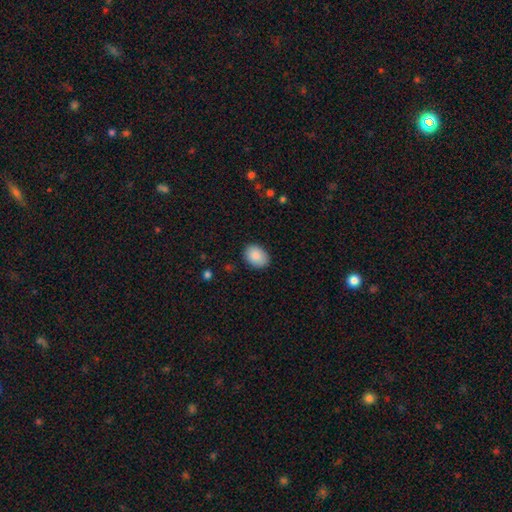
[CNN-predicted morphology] Smooth or featured? smooth (89%)
How rounded? in between (72%)
Merging? none (86%)